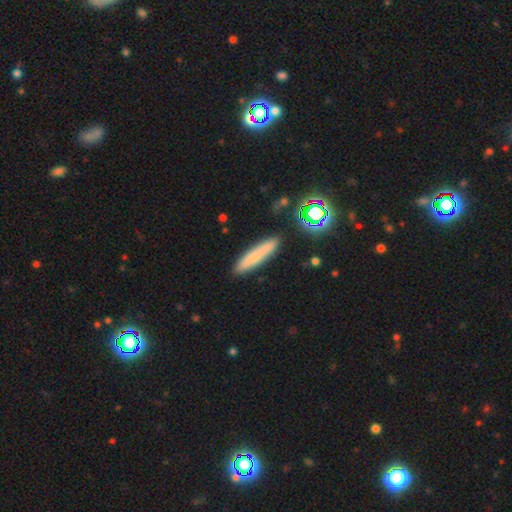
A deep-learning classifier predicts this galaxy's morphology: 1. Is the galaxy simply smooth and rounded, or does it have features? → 72% smooth, 16% featured or disk, 11% star or artifact.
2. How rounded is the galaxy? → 88% cigar-shaped, 10% in between, 2% round.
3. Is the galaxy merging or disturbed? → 87% none, 8% minor disturbance, 2% merger, 2% major disturbance.